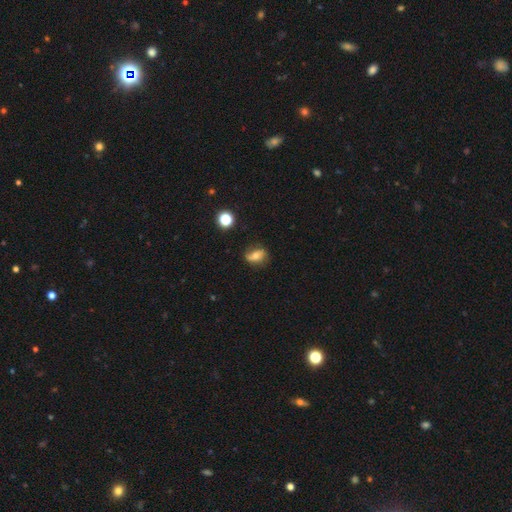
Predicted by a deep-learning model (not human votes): Morphology: type=smooth (50%); roundness=in between (67%); merging=none (69%).